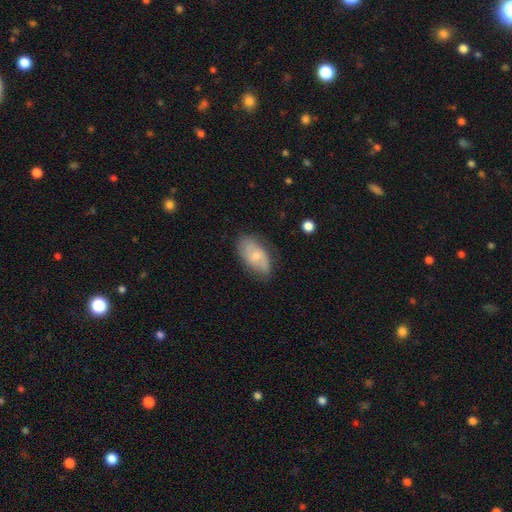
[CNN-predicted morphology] A smooth galaxy with no disk features (59%) that is in between round and cigar-shaped (92%). Merging: none (72%).